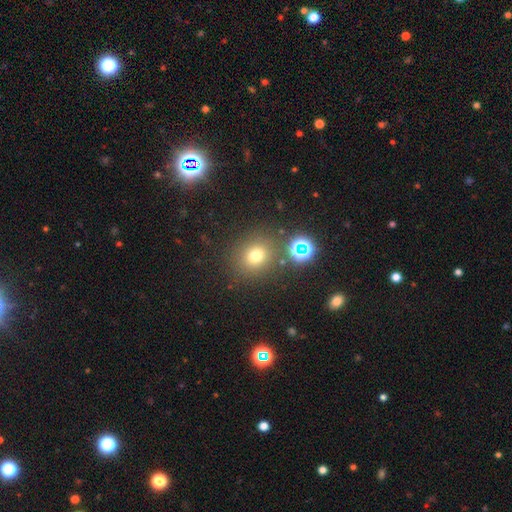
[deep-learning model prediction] smooth_or_featured: smooth (p=0.70) [alt: star or artifact p=0.22]
how_rounded: round (p=0.80) [alt: in between p=0.19]
merging: none (p=0.80) [alt: minor disturbance p=0.09]